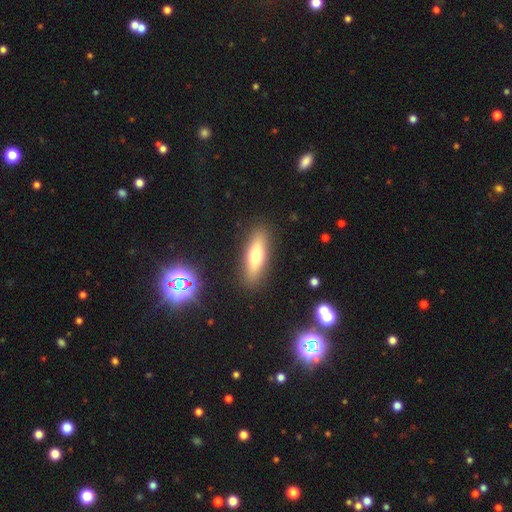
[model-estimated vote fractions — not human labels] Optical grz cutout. It shows a smooth galaxy with no disk features (58%) that is cigar-shaped (65%). Merging: none (88%).